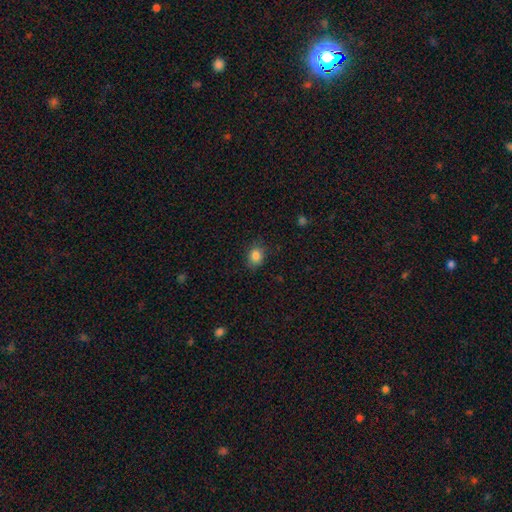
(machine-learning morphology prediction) Smooth or featured?
  - smooth: 85% *
  - star or artifact: 10%
  - featured or disk: 5%
How rounded?
  - round: 52% *
  - in between: 47%
  - cigar-shaped: 1%
Merging?
  - none: 83% *
  - minor disturbance: 13%
  - major disturbance: 3%
  - merger: 1%